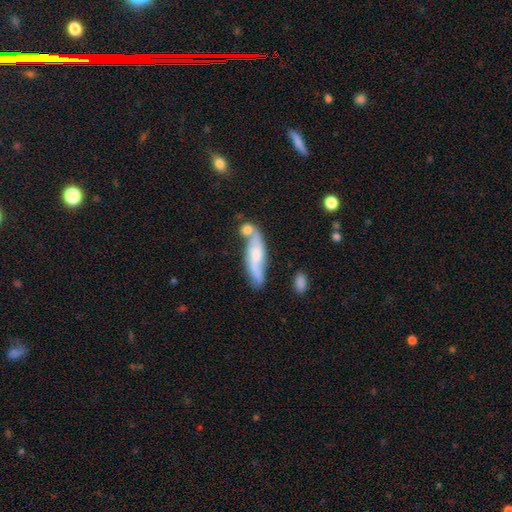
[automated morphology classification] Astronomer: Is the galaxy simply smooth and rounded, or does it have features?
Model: featured or disk — 57% (runner-up: smooth, 36%).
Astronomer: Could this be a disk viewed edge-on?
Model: no — 66%.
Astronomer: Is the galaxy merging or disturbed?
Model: none — 48% (runner-up: merger, 26%).